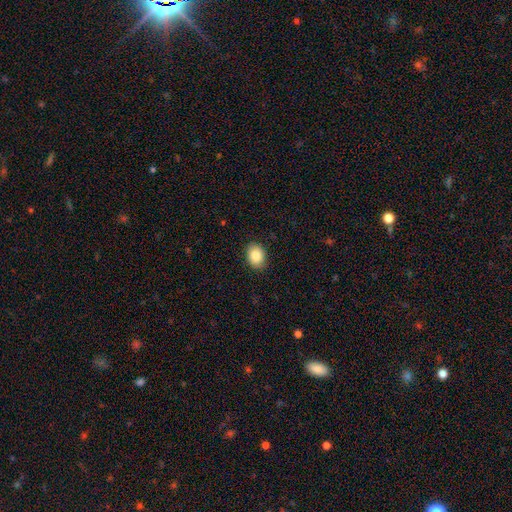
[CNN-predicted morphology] A smooth galaxy with no disk features (86%) that is in between round and cigar-shaped (67%).

Vote fractions:
- Smooth or featured? smooth: 86% / star or artifact: 8% / featured or disk: 6%
- How rounded? in between: 67% / round: 32% / cigar-shaped: 1%
- Merging? none: 89% / minor disturbance: 8% / major disturbance: 2% / merger: 1%